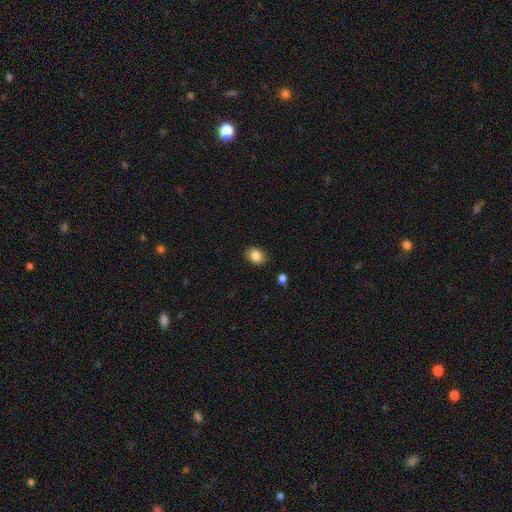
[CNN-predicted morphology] Smooth or featured: smooth — 85% (star or artifact — 9%)
How rounded: in between — 65% (round — 34%)
Merging: none — 84% (minor disturbance — 11%)